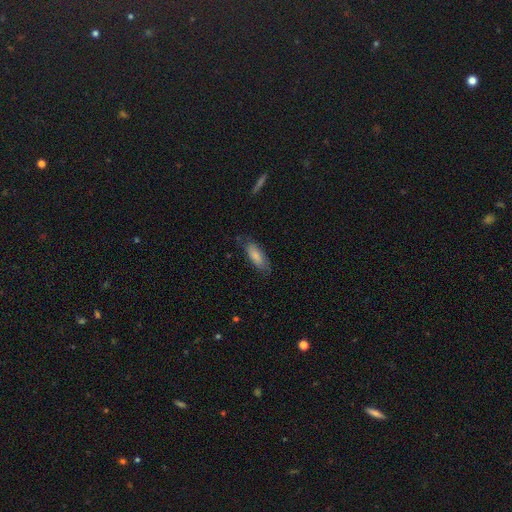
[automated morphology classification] smooth_or_featured: smooth (p=0.81) [alt: featured or disk p=0.13]
how_rounded: in between (p=0.71) [alt: cigar-shaped p=0.28]
merging: none (p=0.74) [alt: minor disturbance p=0.20]